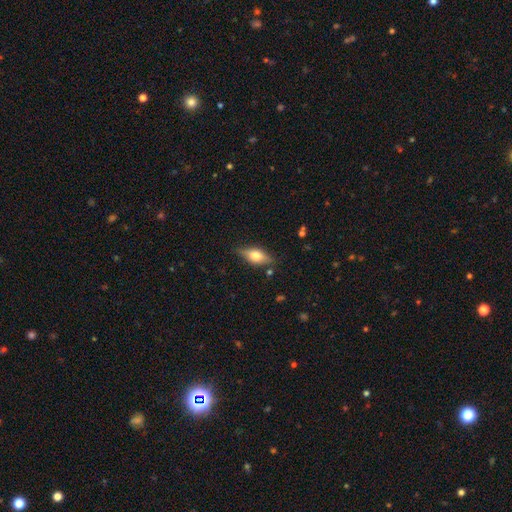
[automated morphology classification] Smooth or featured?
  - smooth: 56% *
  - featured or disk: 36%
  - star or artifact: 7%
How rounded?
  - in between: 76% *
  - cigar-shaped: 20%
  - round: 4%
Merging?
  - none: 80% *
  - minor disturbance: 15%
  - major disturbance: 3%
  - merger: 2%